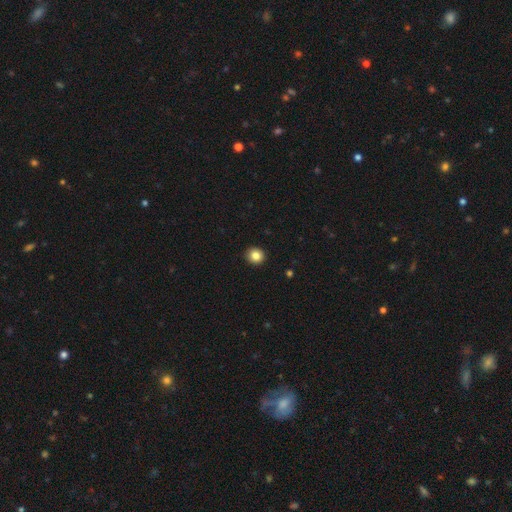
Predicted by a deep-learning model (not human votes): This appears to be a smooth galaxy with no disk features (85%) that is round (90%). Merging: none (92%).